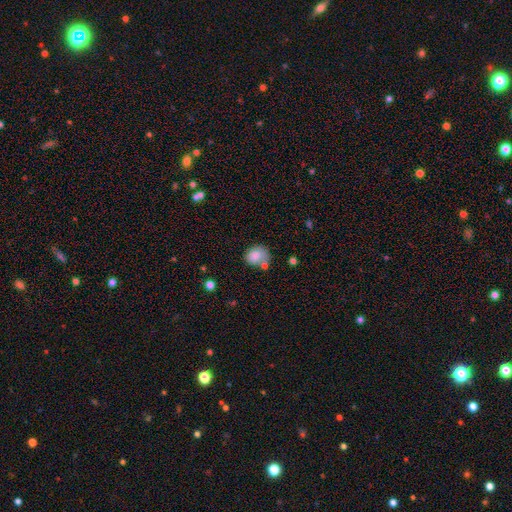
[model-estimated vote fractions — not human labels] smooth-or-featured: smooth: 82% | featured or disk: 10% | star or artifact: 9%
  how-rounded: round: 59% | in between: 40% | cigar-shaped: 1%
  merging: none: 49% | minor disturbance: 22% | merger: 20% | major disturbance: 9%